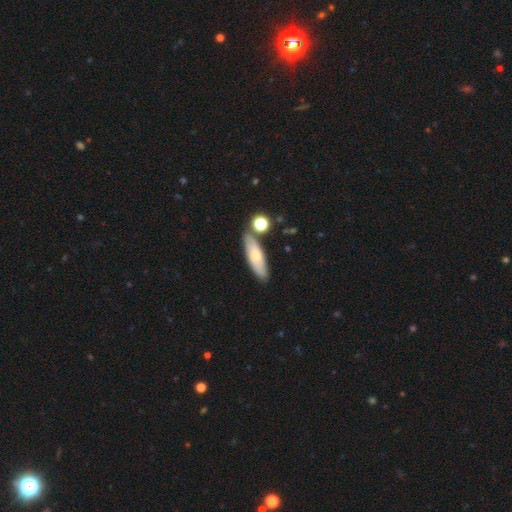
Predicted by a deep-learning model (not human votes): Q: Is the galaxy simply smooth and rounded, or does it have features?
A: smooth — 59%.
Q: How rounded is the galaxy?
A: cigar-shaped — 55%.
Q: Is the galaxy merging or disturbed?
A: none — 75%.